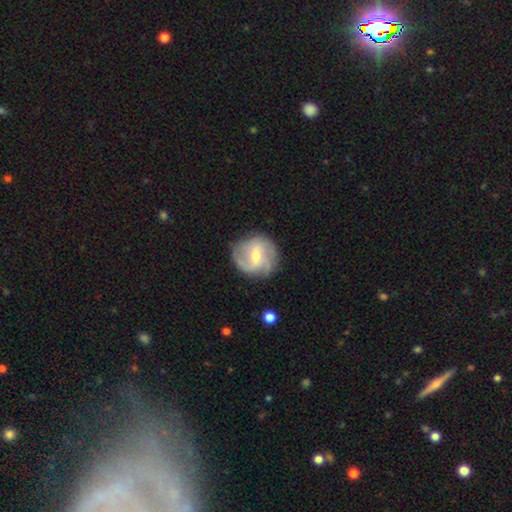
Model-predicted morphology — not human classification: A featured or disk galaxy (69%) with a weak bar (55%), 2 (50%) medium (43%) spiral arms (89%) and a moderate central bulge (52%). Merging: none (78%).